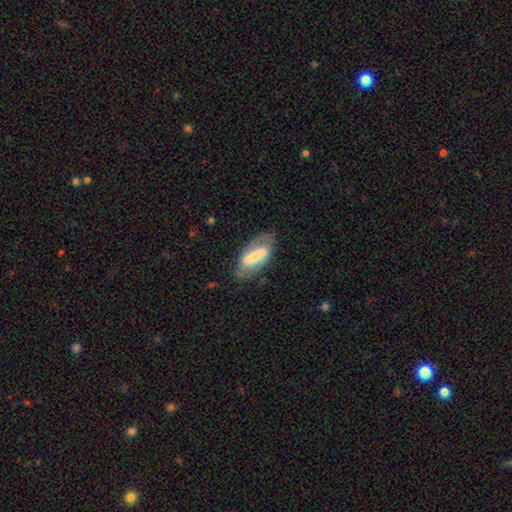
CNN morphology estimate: Smooth or featured? Predicted: featured or disk (p=0.61). Edge-on disk? Predicted: no (p=0.87). Bar? Predicted: strong (p=0.67). Spiral arms? Predicted: yes (p=0.68). Bulge size? Predicted: small (p=0.41). Merging? Predicted: none (p=0.70).